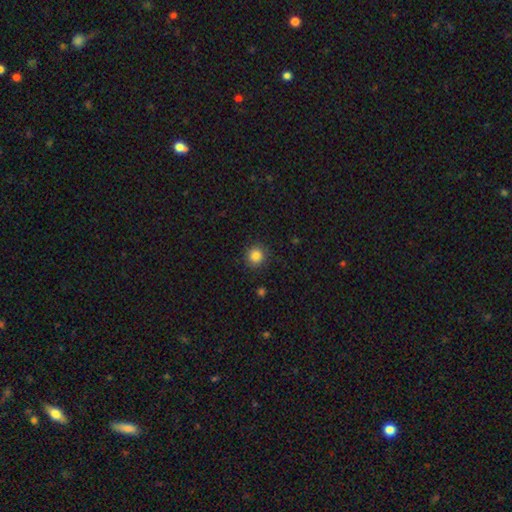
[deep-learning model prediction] Smooth or featured? Predicted: smooth (p=0.85). How rounded? Predicted: round (p=0.93). Merging? Predicted: none (p=0.89).